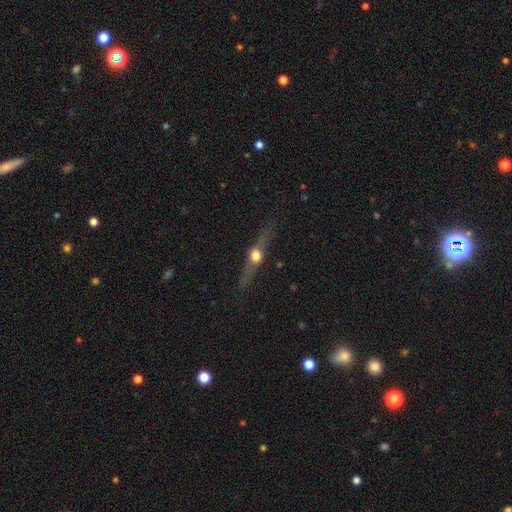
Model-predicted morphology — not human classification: smooth-or-featured: featured or disk: 75% | smooth: 17% | star or artifact: 8%
  disk-edge-on: yes: 95% | no: 5%
    edge-on-bulge: rounded: 96% | boxy: 2% | none: 2%
  merging: none: 85% | minor disturbance: 10% | major disturbance: 3% | merger: 1%